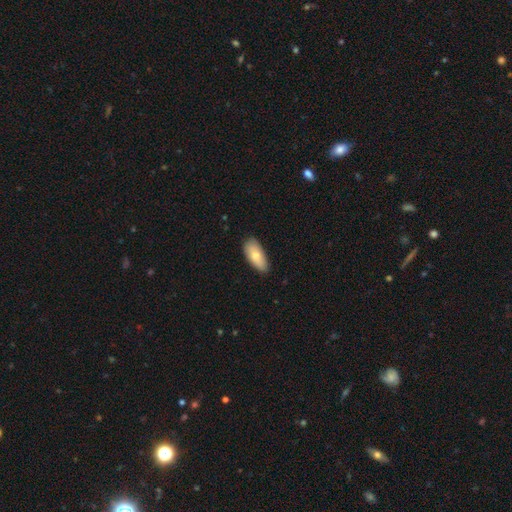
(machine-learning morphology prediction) Smooth or featured? Predicted: smooth (p=0.77). How rounded? Predicted: in between (p=0.87). Merging? Predicted: none (p=0.83).